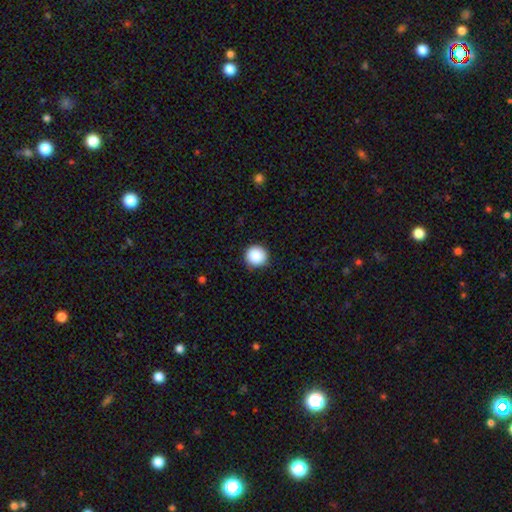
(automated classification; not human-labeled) Smooth or featured? Predicted: smooth (p=0.88). How rounded? Predicted: round (p=0.95). Merging? Predicted: none (p=0.90).